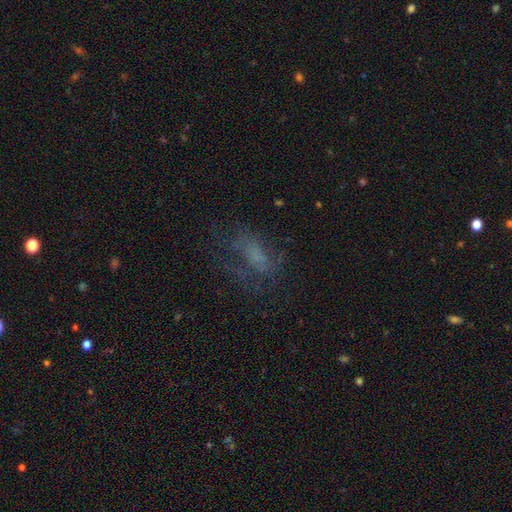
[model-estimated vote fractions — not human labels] A smooth galaxy with no disk features (42%). Merging: none (46%).